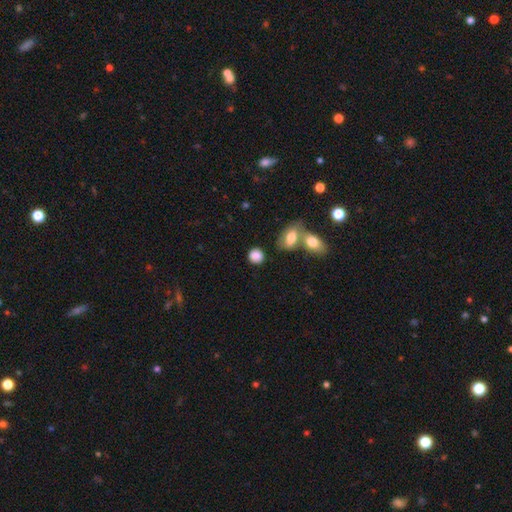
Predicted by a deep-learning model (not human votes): Smooth or featured? Predicted: smooth (p=0.85). How rounded? Predicted: round (p=0.71). Merging? Predicted: none (p=0.69).